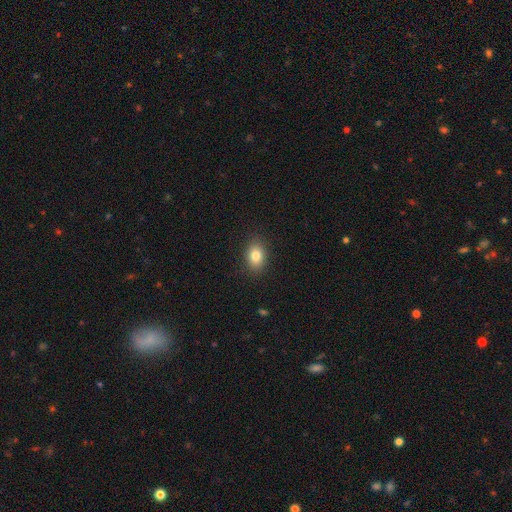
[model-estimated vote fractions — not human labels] Smooth or featured? smooth (80%)
How rounded? in between (75%)
Merging? none (89%)